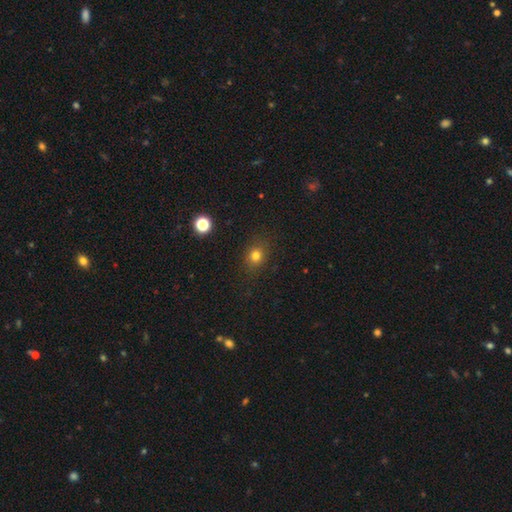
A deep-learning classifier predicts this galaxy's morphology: This is likely a smooth galaxy (78%). How rounded: likely round (68%). Merging: clearly none (86%).